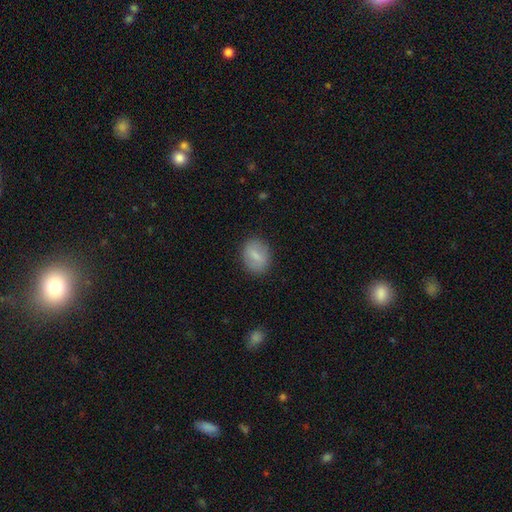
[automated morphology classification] Q: Smooth or featured?
A: smooth (71%); runner-up: featured or disk (21%)
Q: How rounded?
A: in between (57%); runner-up: round (41%)
Q: Merging?
A: none (83%); runner-up: minor disturbance (12%)